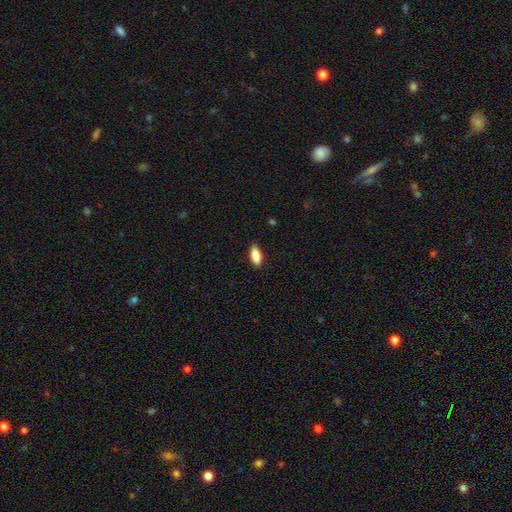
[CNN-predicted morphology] The model was most divided on "how rounded": in between: 82%, cigar-shaped: 16%, round: 2%. More confident: smooth or featured — smooth (88%); merging — none (86%).